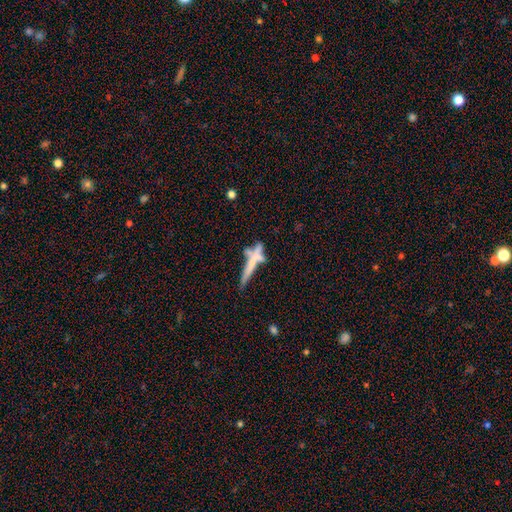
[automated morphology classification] Smooth or featured: smooth — 50% (featured or disk — 40%)
Merging: none — 50% (merger — 27%)